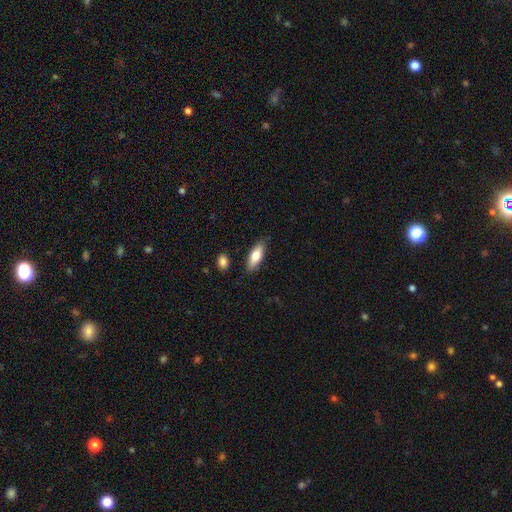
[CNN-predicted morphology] smooth 75%, featured or disk 19%, star or artifact 6%. Down the decision tree: how rounded — in between (68%); merging — none (85%).